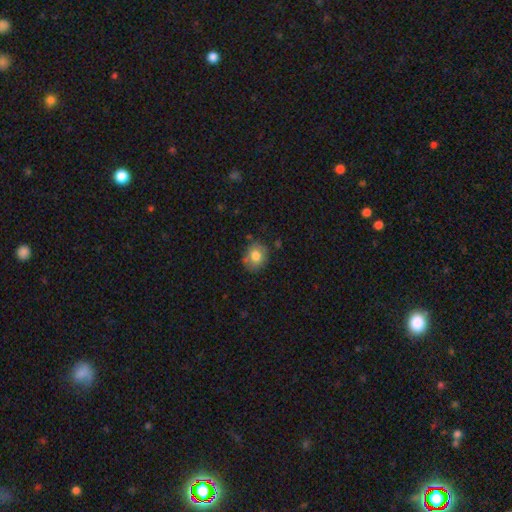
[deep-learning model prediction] A smooth galaxy with no disk features (78%) that is round (64%).

Vote fractions:
- Smooth or featured? smooth: 78% / featured or disk: 13% / star or artifact: 9%
- How rounded? round: 64% / in between: 35% / cigar-shaped: 1%
- Merging? none: 77% / minor disturbance: 16% / major disturbance: 3% / merger: 3%